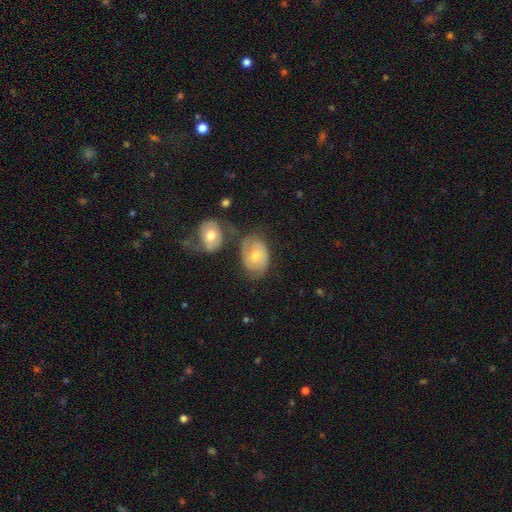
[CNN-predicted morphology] featured or disk 54%, smooth 37%, star or artifact 8%. Down the decision tree: edge-on disk — no (95%); bar — no (73%); spiral arms — yes (74%); bulge size — moderate (65%); merging — none (44%).